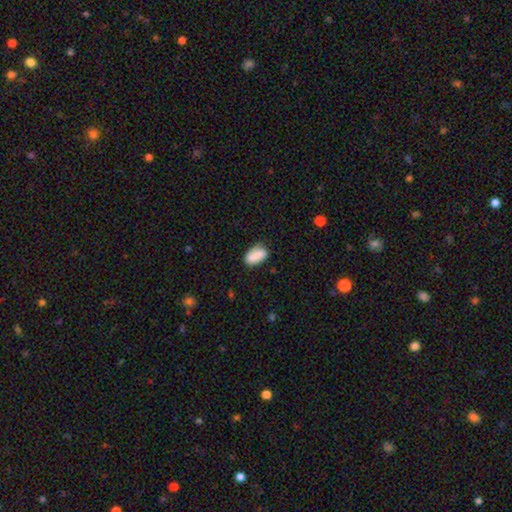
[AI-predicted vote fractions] smooth_or_featured: smooth (p=0.85) [alt: featured or disk p=0.08]
how_rounded: in between (p=0.91) [alt: round p=0.06]
merging: none (p=0.73) [alt: minor disturbance p=0.20]